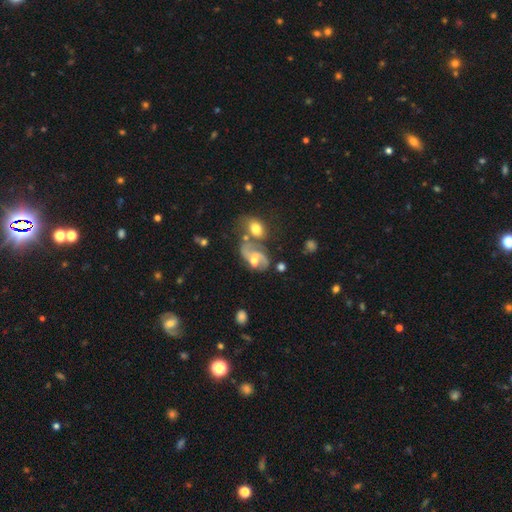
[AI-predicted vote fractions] Q: Smooth or featured?
A: featured or disk (74%); runner-up: smooth (15%)
Q: Edge-on disk?
A: no (96%); runner-up: yes (4%)
Q: Bar?
A: no (49%); runner-up: weak (40%)
Q: Spiral arms?
A: yes (90%); runner-up: no (10%)
Q: Spiral winding?
A: medium (48%); runner-up: loose (35%)
Q: Spiral arm count?
A: 2 (82%); runner-up: can't tell (7%)
Q: Bulge size?
A: moderate (59%); runner-up: small (31%)
Q: Merging?
A: none (37%); runner-up: merger (36%)